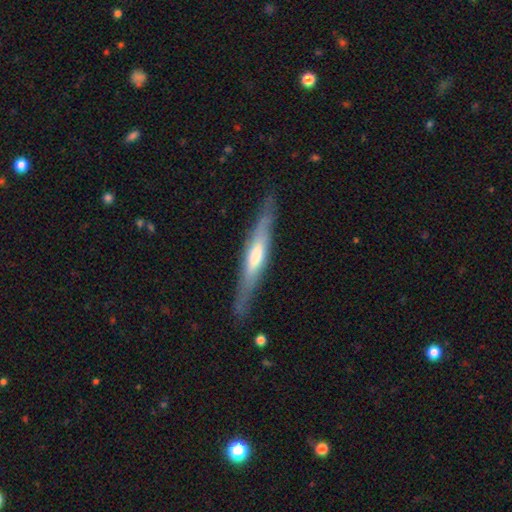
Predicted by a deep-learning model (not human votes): Smooth or featured? featured or disk (63%)
Edge-on disk? yes (90%)
Edge-on bulge? rounded (58%)
Merging? none (82%)